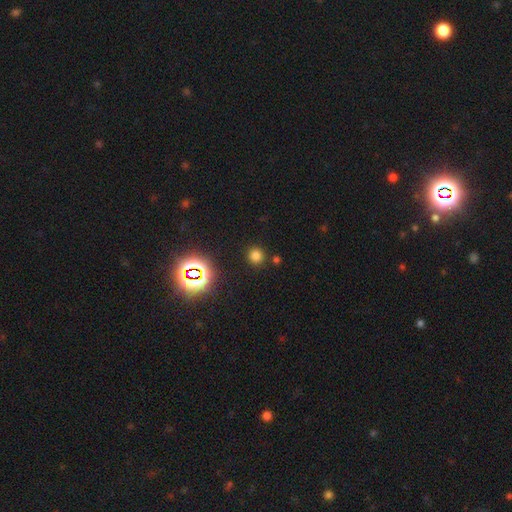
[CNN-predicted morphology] Smooth or featured? Predicted: smooth (p=0.72). How rounded? Predicted: round (p=0.92). Merging? Predicted: none (p=0.86).